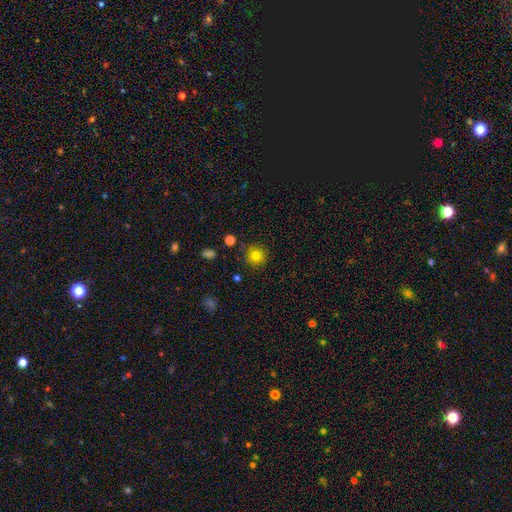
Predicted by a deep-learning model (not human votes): The model was most divided on "smooth or featured": smooth: 81%, star or artifact: 12%, featured or disk: 7%. More confident: how rounded — round (94%); merging — none (88%).